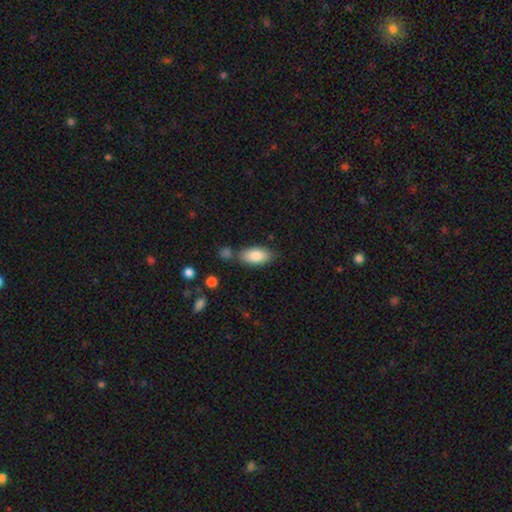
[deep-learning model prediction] Smooth or featured? Predicted: smooth (p=0.84). How rounded? Predicted: in between (p=0.92). Merging? Predicted: none (p=0.71).